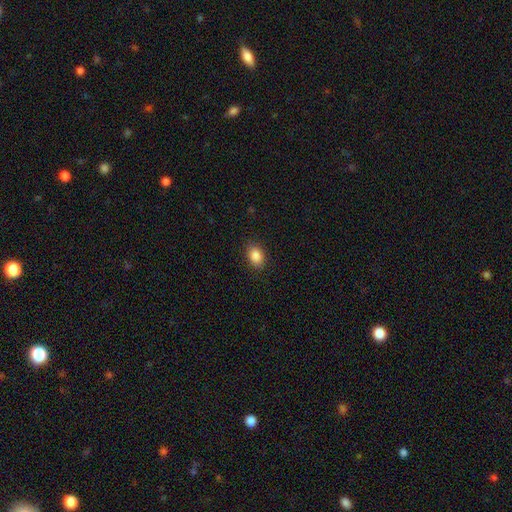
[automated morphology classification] smooth-or-featured: smooth: 88% | star or artifact: 9% | featured or disk: 4%
  how-rounded: in between: 76% | round: 22% | cigar-shaped: 1%
  merging: none: 88% | minor disturbance: 9% | major disturbance: 2% | merger: 1%